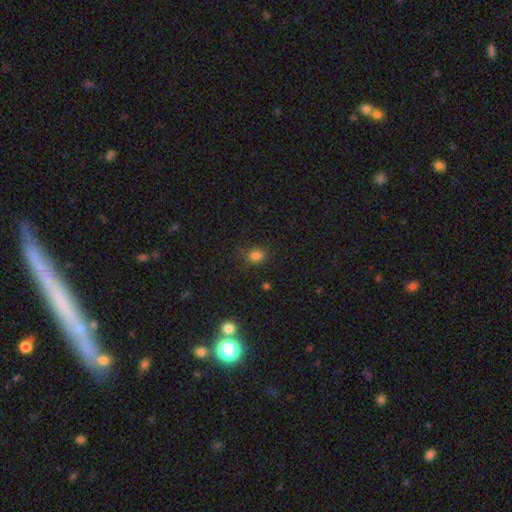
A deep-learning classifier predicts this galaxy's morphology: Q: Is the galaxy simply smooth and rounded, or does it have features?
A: smooth — 80%.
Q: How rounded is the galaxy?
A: round — 67%.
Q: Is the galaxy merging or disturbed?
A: none — 79%.